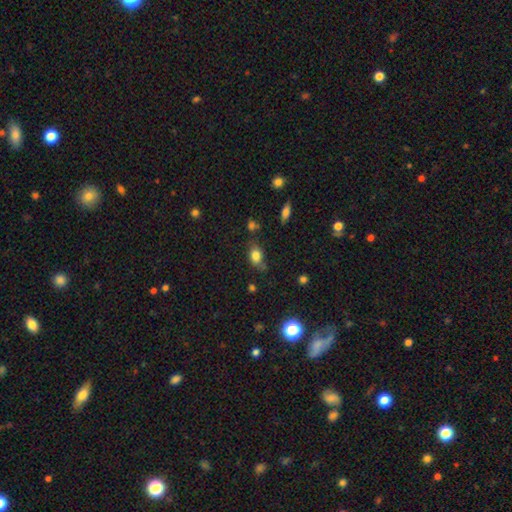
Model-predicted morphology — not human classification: smooth 81%, star or artifact 10%, featured or disk 9%. Down the decision tree: how rounded — in between (80%); merging — none (61%).